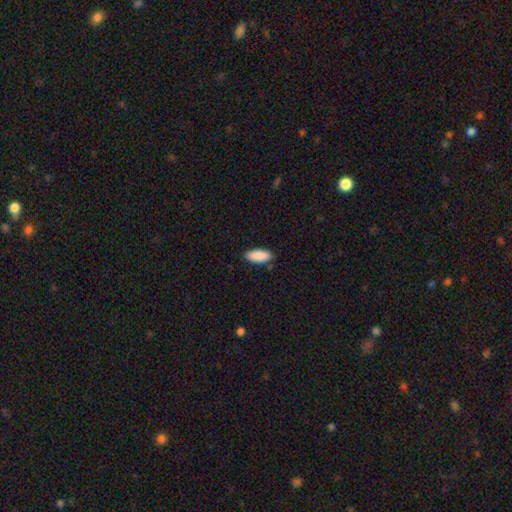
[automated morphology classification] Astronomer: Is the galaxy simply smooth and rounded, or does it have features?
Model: smooth — 90%.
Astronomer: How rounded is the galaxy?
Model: in between — 81%.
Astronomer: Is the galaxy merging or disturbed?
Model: none — 86%.